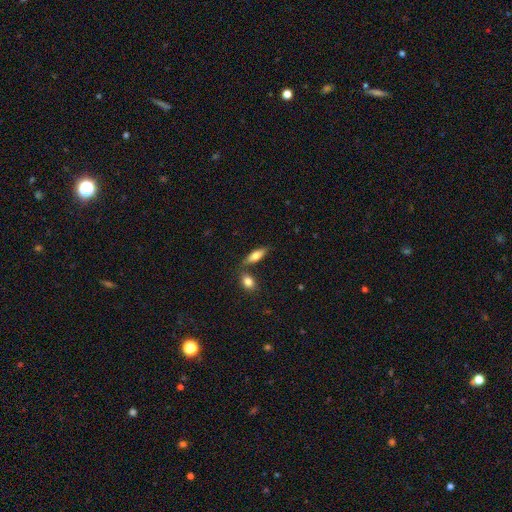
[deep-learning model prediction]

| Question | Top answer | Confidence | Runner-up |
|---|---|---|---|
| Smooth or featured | smooth | 61% | featured or disk (32%) |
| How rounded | in between | 55% | cigar-shaped (42%) |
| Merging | none | 70% | merger (15%) |